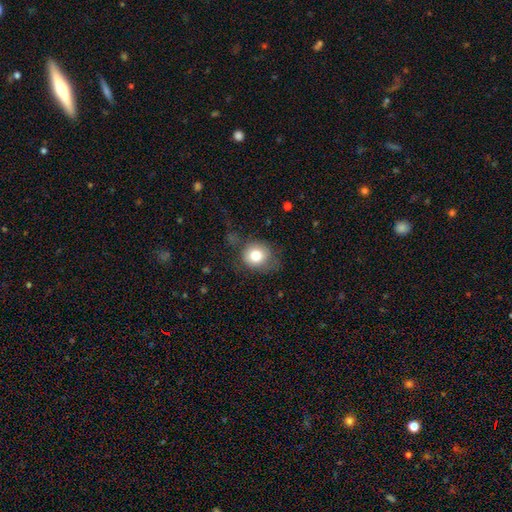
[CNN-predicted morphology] smooth-or-featured: smooth: 79% | featured or disk: 11% | star or artifact: 10%
  how-rounded: round: 77% | in between: 22% | cigar-shaped: 1%
  merging: none: 60% | minor disturbance: 23% | major disturbance: 14% | merger: 2%